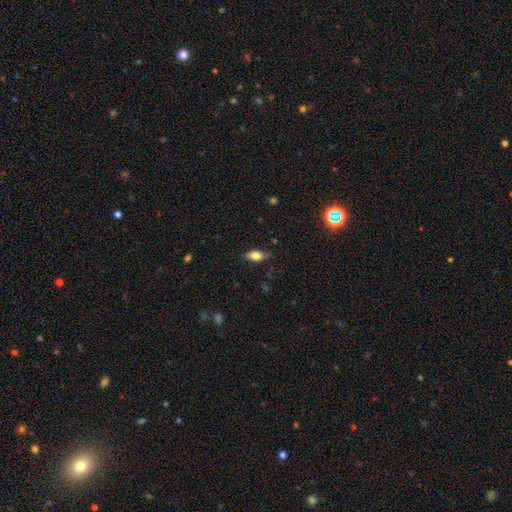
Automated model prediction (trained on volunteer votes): smooth 69%, featured or disk 22%, star or artifact 8%. Down the decision tree: how rounded — in between (79%); merging — none (79%).